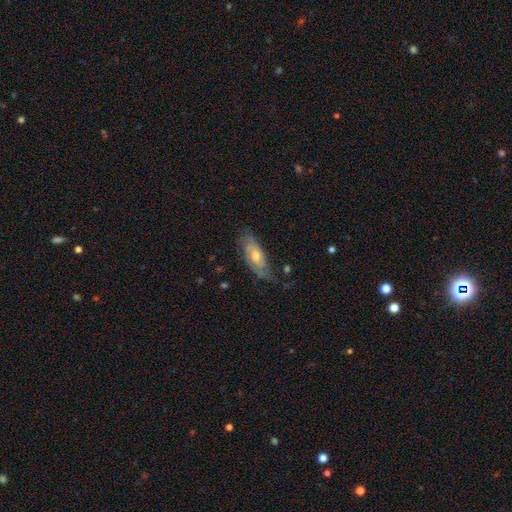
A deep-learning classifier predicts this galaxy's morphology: This appears to be a featured or disk galaxy (64%) with no bar (70%), spiral arms (81%) and a moderate central bulge (69%). Merging: none (65%).